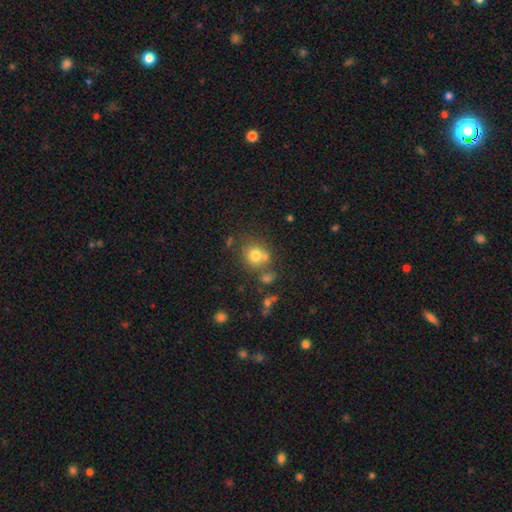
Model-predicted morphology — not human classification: A smooth galaxy with no disk features (76%) that is round (83%).

Vote fractions:
- Smooth or featured? smooth: 76% / star or artifact: 13% / featured or disk: 12%
- How rounded? round: 83% / in between: 16% / cigar-shaped: 1%
- Merging? none: 61% / merger: 20% / minor disturbance: 13% / major disturbance: 5%